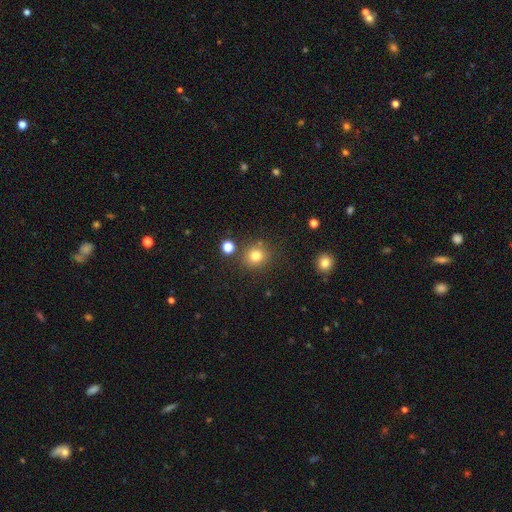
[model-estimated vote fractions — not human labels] smooth_or_featured: smooth (p=0.78) [alt: star or artifact p=0.14]
how_rounded: round (p=0.86) [alt: in between p=0.13]
merging: none (p=0.80) [alt: minor disturbance p=0.10]